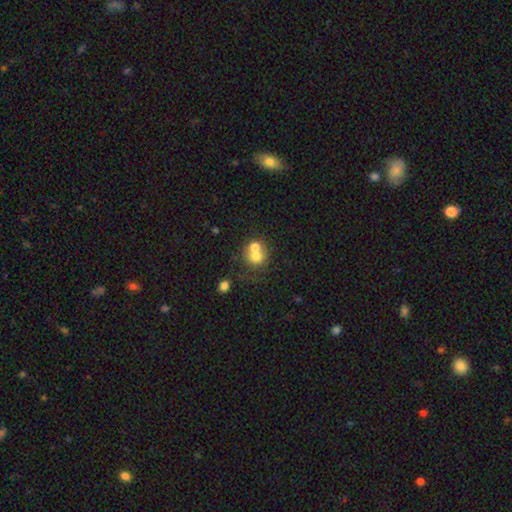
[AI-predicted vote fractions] smooth-or-featured: smooth: 67% | featured or disk: 21% | star or artifact: 12%
  how-rounded: round: 79% | in between: 20% | cigar-shaped: 1%
  merging: merger: 55% | none: 33% | minor disturbance: 7% | major disturbance: 4%